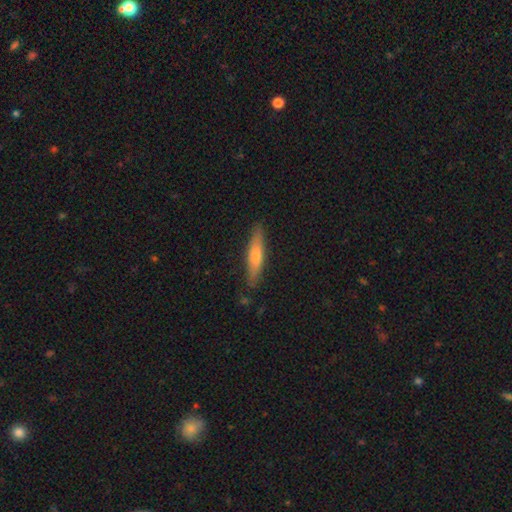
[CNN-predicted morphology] A smooth galaxy with no disk features (57%) that is cigar-shaped (85%).

Vote fractions:
- Smooth or featured? smooth: 57% / featured or disk: 37% / star or artifact: 6%
- How rounded? cigar-shaped: 85% / in between: 14% / round: 2%
- Merging? none: 85% / minor disturbance: 11% / major disturbance: 2% / merger: 2%